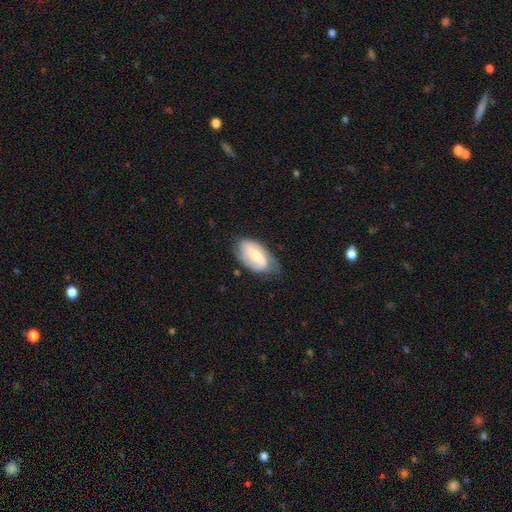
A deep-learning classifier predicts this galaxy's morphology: Smooth or featured? Predicted: featured or disk (p=0.60). Edge-on disk? Predicted: no (p=0.95). Bar? Predicted: weak (p=0.45). Spiral arms? Predicted: yes (p=0.85). Bulge size? Predicted: moderate (p=0.51). Merging? Predicted: none (p=0.60).